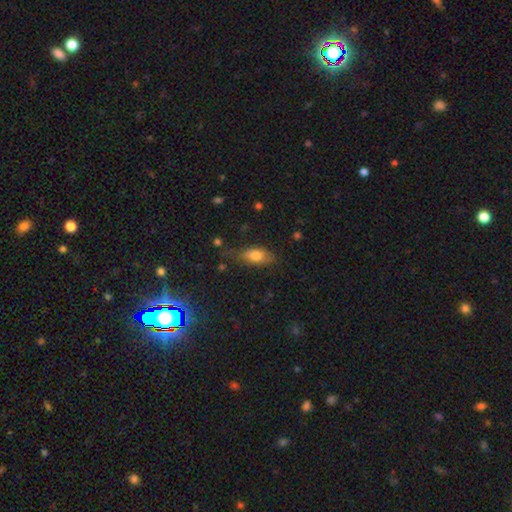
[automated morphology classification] The model was most divided on "merging": none: 57%, minor disturbance: 29%, major disturbance: 11%, merger: 3%. More confident: how rounded — in between (83%); smooth or featured — smooth (74%).